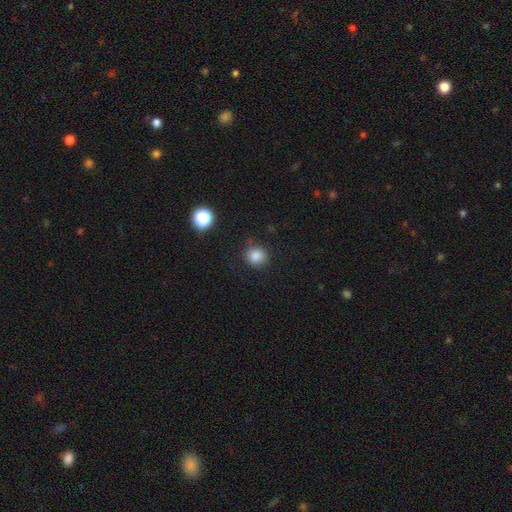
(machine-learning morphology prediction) type=smooth (84%); roundness=round (91%); merging=none (84%).